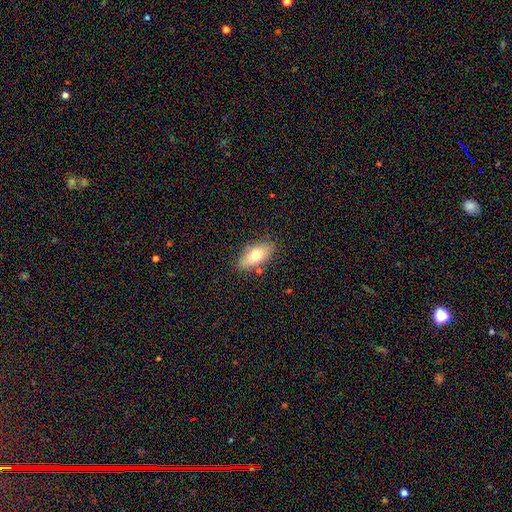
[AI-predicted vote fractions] A smooth galaxy with no disk features (68%) that is in between round and cigar-shaped (85%). Merging: none (81%).